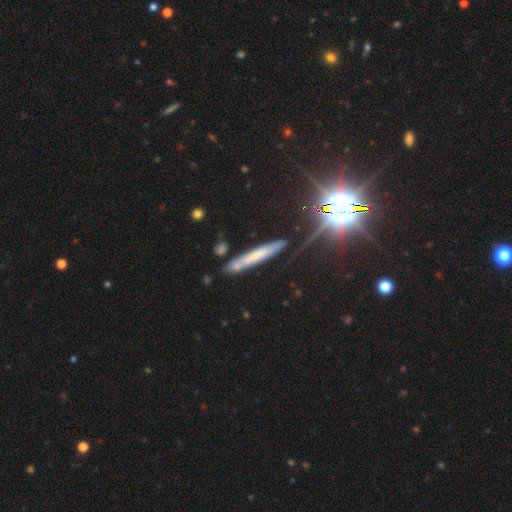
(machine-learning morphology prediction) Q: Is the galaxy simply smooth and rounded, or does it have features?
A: smooth — 48%.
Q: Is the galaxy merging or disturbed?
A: none — 77%.